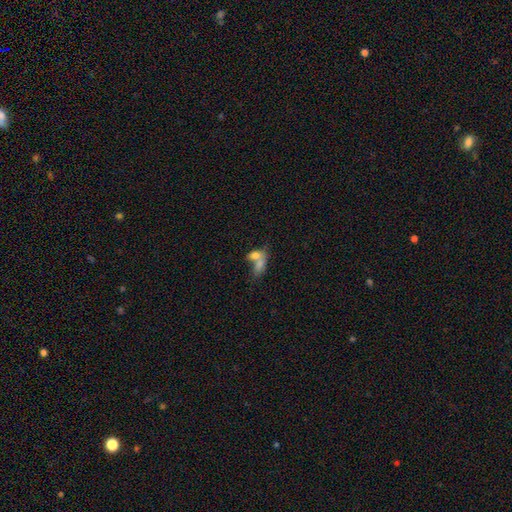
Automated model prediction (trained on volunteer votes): This appears to be a smooth galaxy with no disk features (72%) that is in between round and cigar-shaped (78%). Merging: merger (64%).